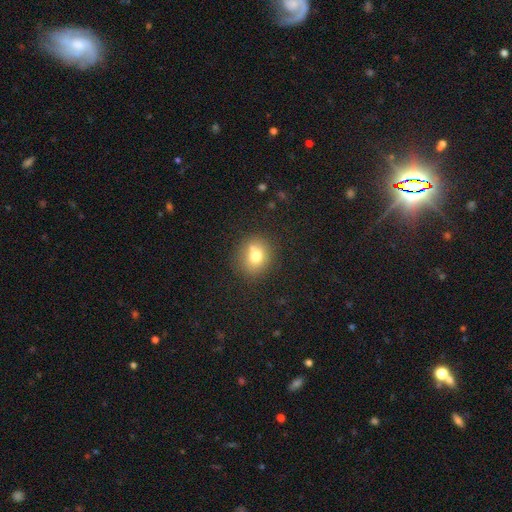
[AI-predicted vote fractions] smooth_or_featured: smooth (p=0.72) [alt: featured or disk p=0.16]
how_rounded: round (p=0.71) [alt: in between p=0.28]
merging: none (p=0.63) [alt: merger p=0.16]